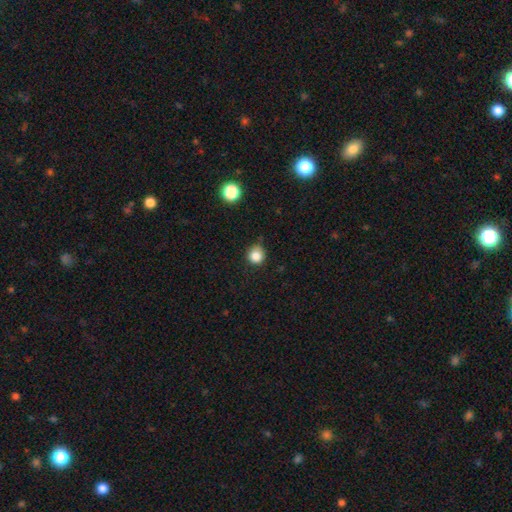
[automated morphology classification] A smooth galaxy with no disk features (85%) that is round (89%).

Vote fractions:
- Smooth or featured? smooth: 85% / star or artifact: 11% / featured or disk: 4%
- How rounded? round: 89% / in between: 10% / cigar-shaped: 1%
- Merging? none: 73% / minor disturbance: 21% / major disturbance: 4% / merger: 3%